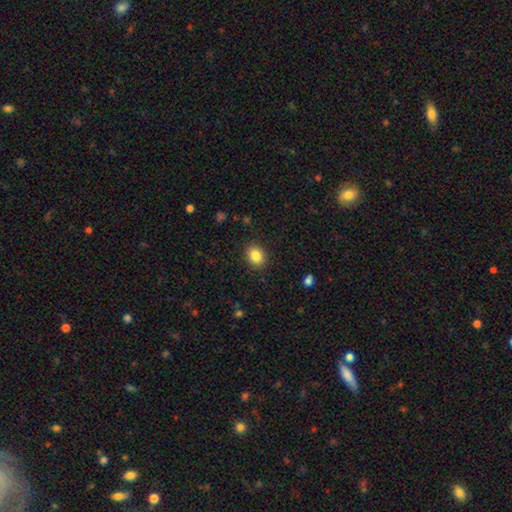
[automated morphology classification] Smooth or featured? smooth (85%)
How rounded? in between (55%)
Merging? none (88%)